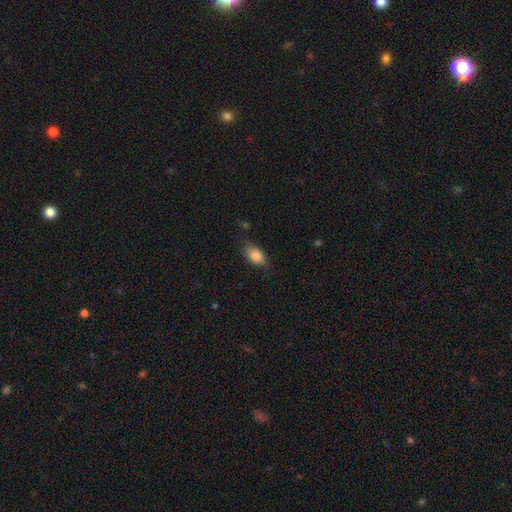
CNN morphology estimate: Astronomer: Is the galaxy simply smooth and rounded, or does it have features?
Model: smooth — 83%.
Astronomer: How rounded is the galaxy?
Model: in between — 89%.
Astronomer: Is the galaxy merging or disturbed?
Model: none — 74%.